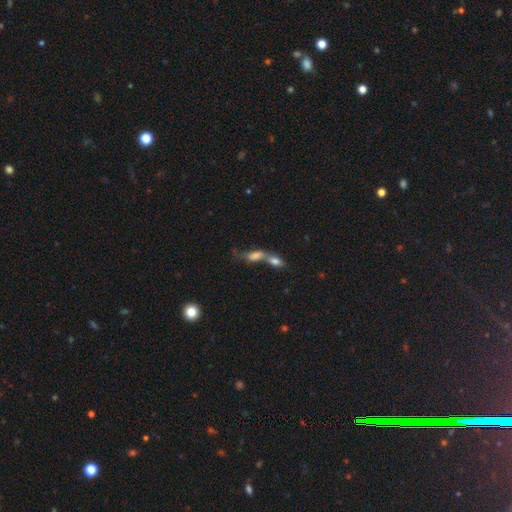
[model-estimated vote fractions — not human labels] Smooth or featured?
  - smooth: 65% *
  - featured or disk: 23%
  - star or artifact: 12%
How rounded?
  - in between: 71% *
  - cigar-shaped: 22%
  - round: 8%
Merging?
  - merger: 75% *
  - none: 13%
  - major disturbance: 6%
  - minor disturbance: 6%